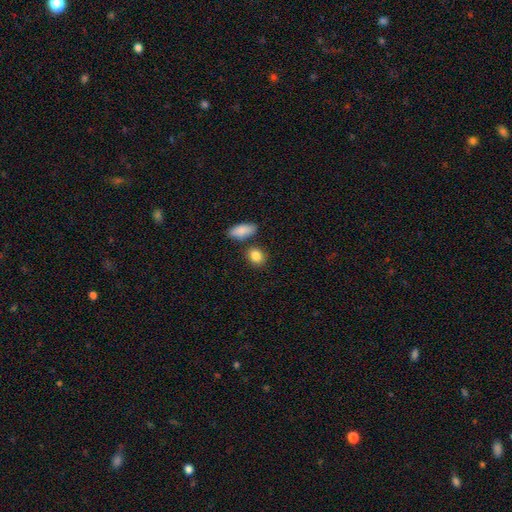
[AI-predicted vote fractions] A smooth galaxy with no disk features (87%) that is in between round and cigar-shaped (52%). Merging: none (74%).